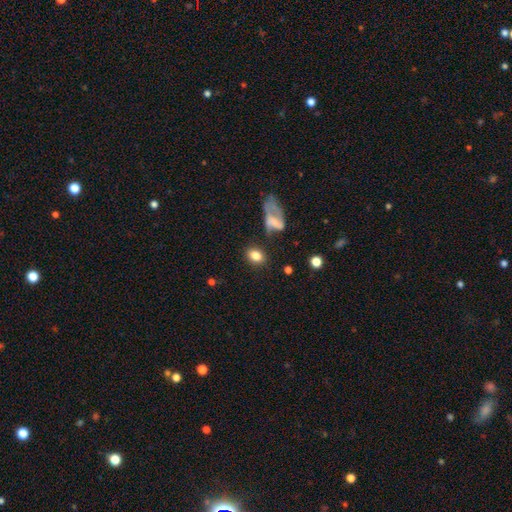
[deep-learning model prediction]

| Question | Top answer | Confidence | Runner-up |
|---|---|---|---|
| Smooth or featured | smooth | 81% | star or artifact (10%) |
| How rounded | in between | 65% | round (33%) |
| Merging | none | 73% | minor disturbance (14%) |